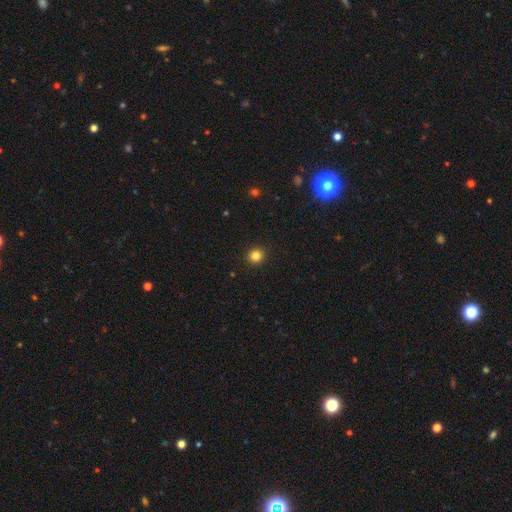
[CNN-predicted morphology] A smooth galaxy with no disk features (83%) that is round (88%).

Vote fractions:
- Smooth or featured? smooth: 83% / star or artifact: 12% / featured or disk: 5%
- How rounded? round: 88% / in between: 11% / cigar-shaped: 1%
- Merging? none: 93% / minor disturbance: 5% / major disturbance: 2% / merger: 1%